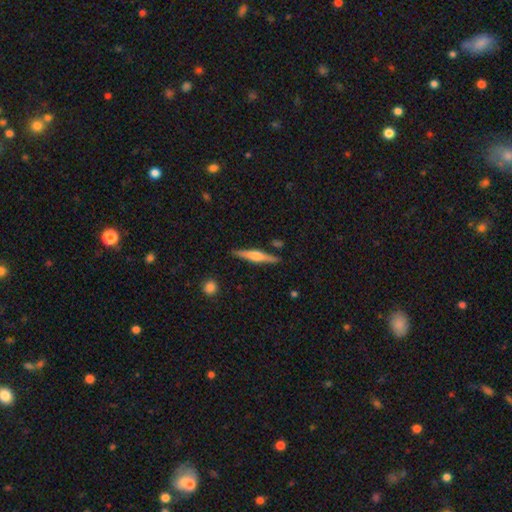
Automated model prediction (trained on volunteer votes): A featured or disk galaxy (64%) viewed edge-on (97%) with a rounded central bulge (79%). Merging: none (88%).